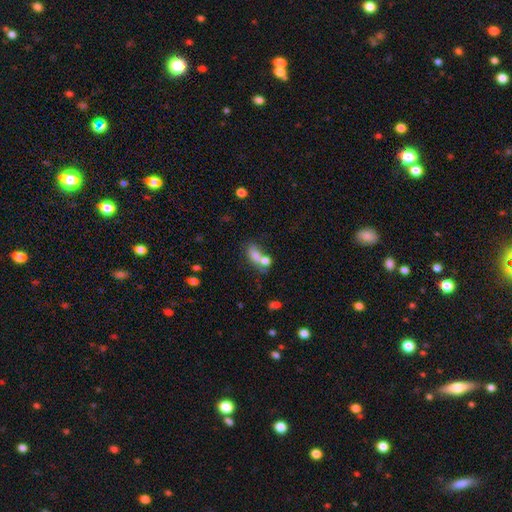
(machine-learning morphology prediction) smooth-or-featured: smooth: 73% | featured or disk: 15% | star or artifact: 12%
  how-rounded: in between: 76% | round: 16% | cigar-shaped: 8%
  merging: merger: 50% | none: 27% | minor disturbance: 12% | major disturbance: 11%